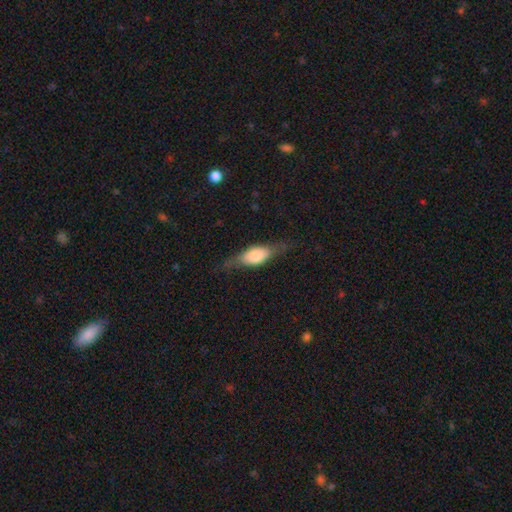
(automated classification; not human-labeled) The model was most divided on "smooth or featured": smooth: 53%, featured or disk: 40%, star or artifact: 7%. More confident: merging — none (69%); how rounded — in between (65%).